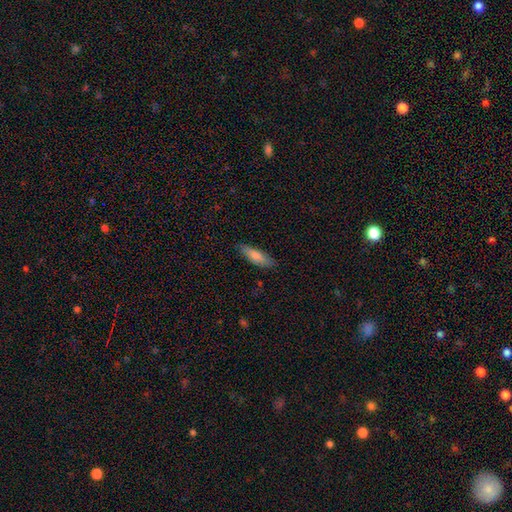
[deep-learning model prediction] Morphology: type=smooth (78%); roundness=cigar-shaped (58%); merging=none (84%).